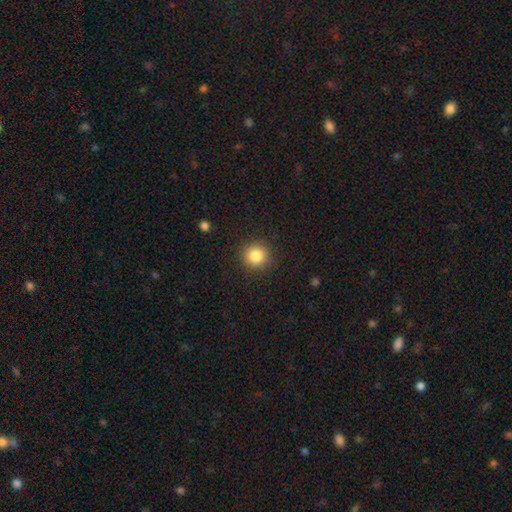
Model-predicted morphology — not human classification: Smooth or featured? Predicted: smooth (p=0.84). How rounded? Predicted: round (p=0.94). Merging? Predicted: none (p=0.91).